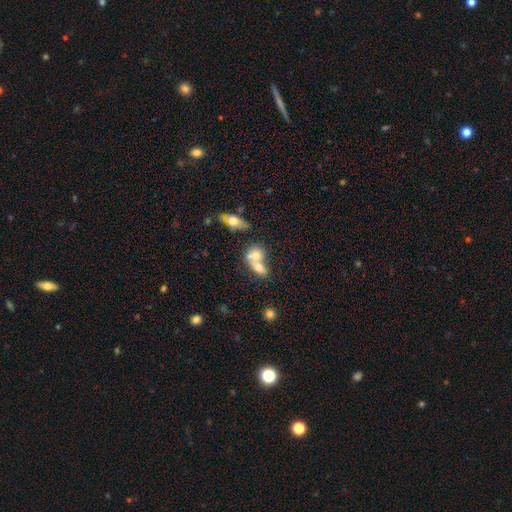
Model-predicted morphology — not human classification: Smooth or featured? smooth (66%)
How rounded? in between (60%)
Merging? merger (69%)